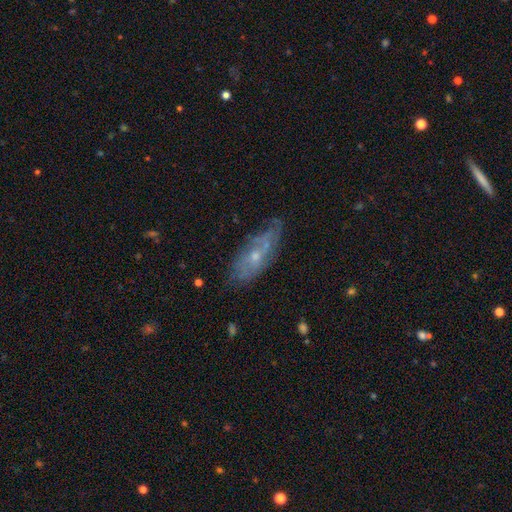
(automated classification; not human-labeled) Smooth or featured? featured or disk (61%)
Edge-on disk? no (78%)
Merging? none (64%)